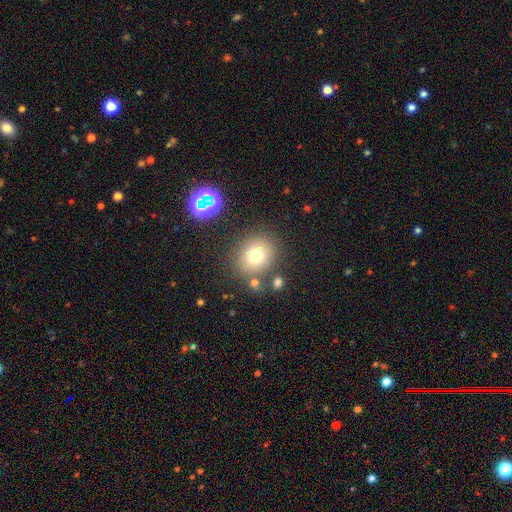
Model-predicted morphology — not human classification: smooth-or-featured: smooth: 73% | star or artifact: 15% | featured or disk: 12%
  how-rounded: round: 71% | in between: 28% | cigar-shaped: 1%
  merging: none: 77% | minor disturbance: 11% | merger: 7% | major disturbance: 4%